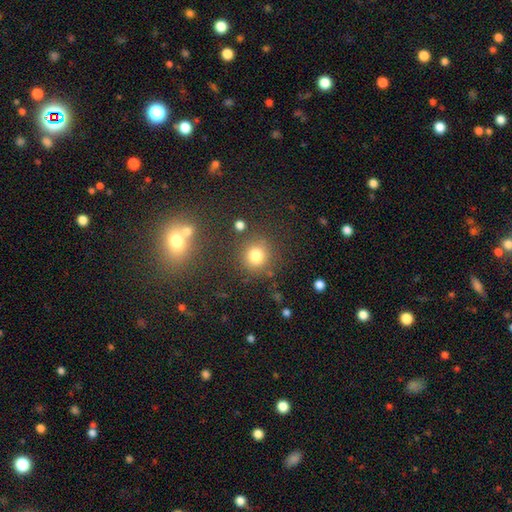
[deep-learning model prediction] Smooth or featured? smooth (78%)
How rounded? round (89%)
Merging? none (80%)